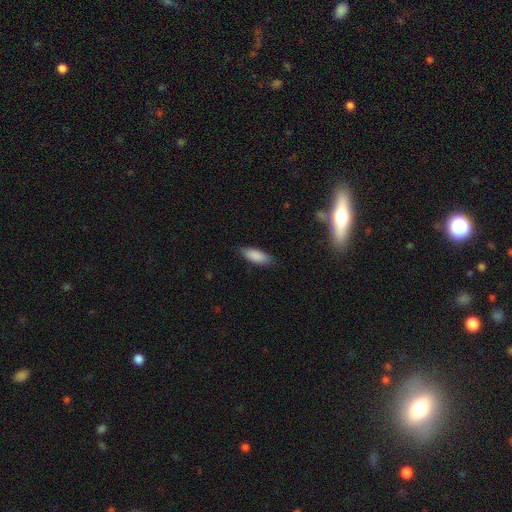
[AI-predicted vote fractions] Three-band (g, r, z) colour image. It shows a smooth galaxy with no disk features (88%) that is in between round and cigar-shaped (70%). Merging: none (84%).